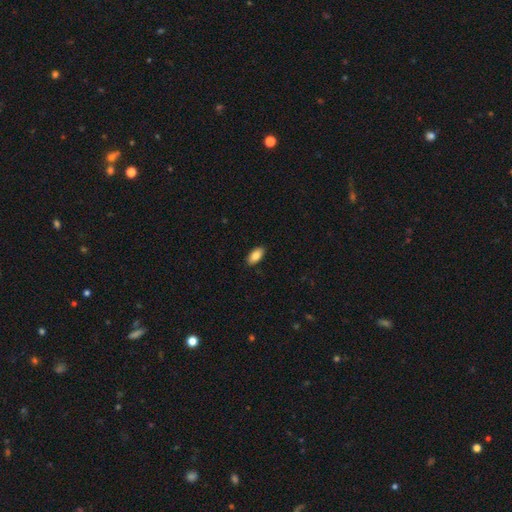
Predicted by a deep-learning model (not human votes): Q: Smooth or featured?
A: smooth (84%); runner-up: featured or disk (9%)
Q: How rounded?
A: in between (92%); runner-up: cigar-shaped (5%)
Q: Merging?
A: none (90%); runner-up: minor disturbance (8%)